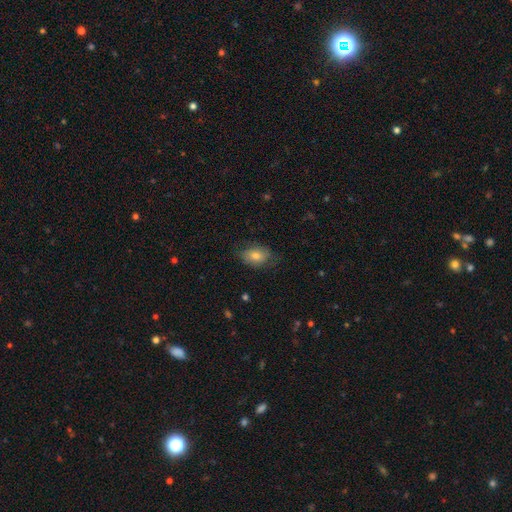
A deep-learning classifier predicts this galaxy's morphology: Smooth or featured?
  - smooth: 71% *
  - featured or disk: 20%
  - star or artifact: 9%
How rounded?
  - in between: 84% *
  - round: 15%
  - cigar-shaped: 2%
Merging?
  - none: 72% *
  - minor disturbance: 21%
  - major disturbance: 6%
  - merger: 1%